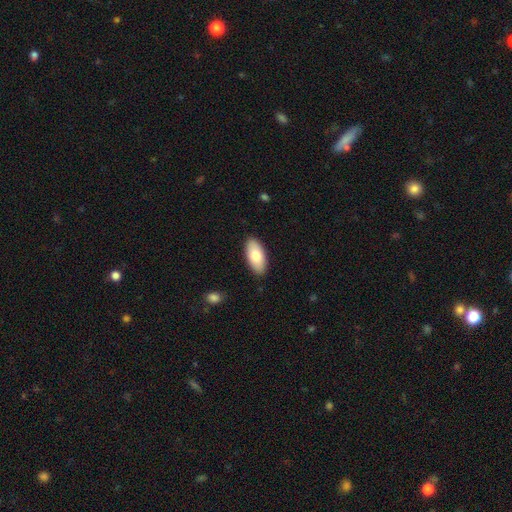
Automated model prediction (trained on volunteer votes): Smooth or featured?
  - smooth: 78% *
  - featured or disk: 16%
  - star or artifact: 6%
How rounded?
  - in between: 92% *
  - cigar-shaped: 6%
  - round: 2%
Merging?
  - none: 89% *
  - minor disturbance: 8%
  - major disturbance: 2%
  - merger: 1%